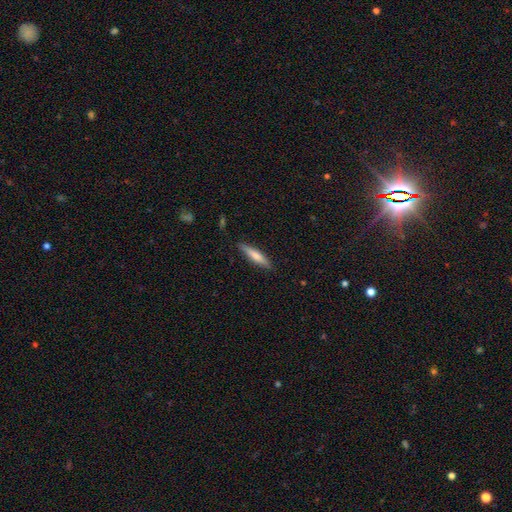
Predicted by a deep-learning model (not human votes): This is likely a smooth galaxy (65%). How rounded: clearly cigar-shaped (85%). Merging: clearly none (88%).